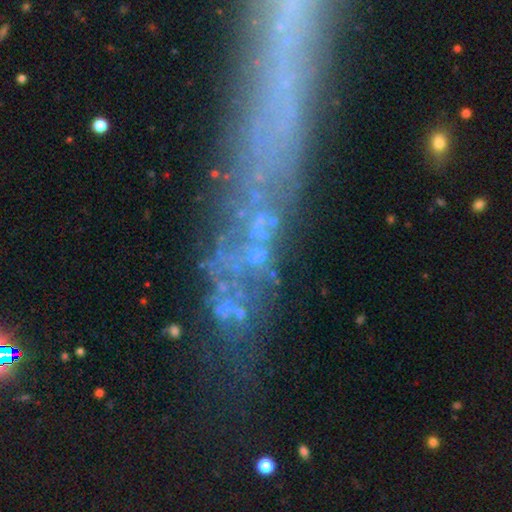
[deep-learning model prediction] smooth-or-featured: featured or disk: 53% | star or artifact: 28% | smooth: 19%
  disk-edge-on: no: 93% | yes: 7%
  merging: none: 34% | major disturbance: 28% | merger: 22% | minor disturbance: 15%